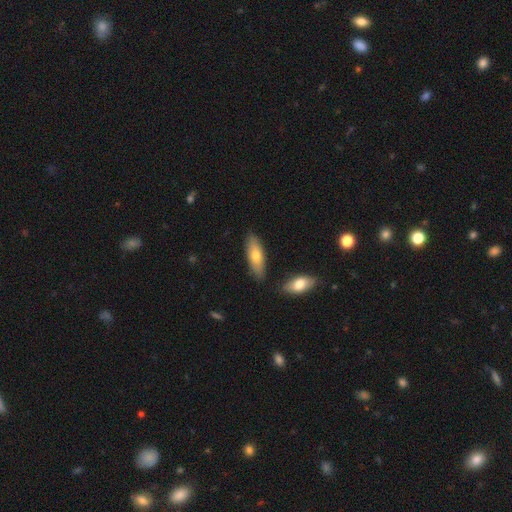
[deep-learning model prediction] Morphology: type=smooth (70%); roundness=in between (60%); merging=none (81%).